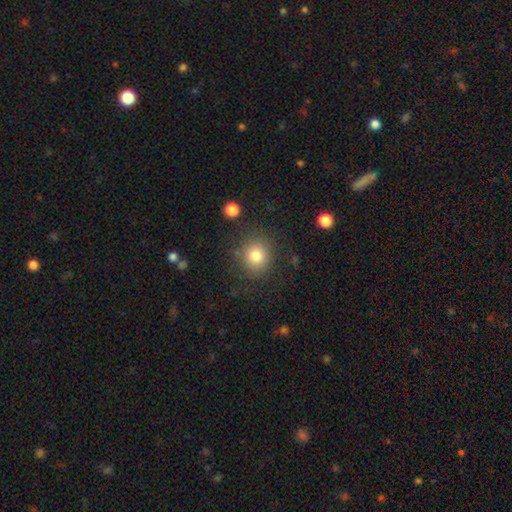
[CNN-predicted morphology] type=smooth (80%); roundness=round (87%); merging=none (83%).